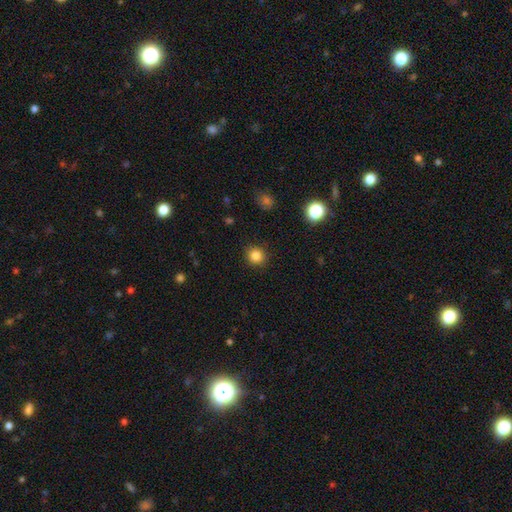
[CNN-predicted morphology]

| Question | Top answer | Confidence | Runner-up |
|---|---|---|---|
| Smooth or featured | smooth | 84% | star or artifact (11%) |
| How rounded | round | 87% | in between (13%) |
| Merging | none | 90% | minor disturbance (7%) |